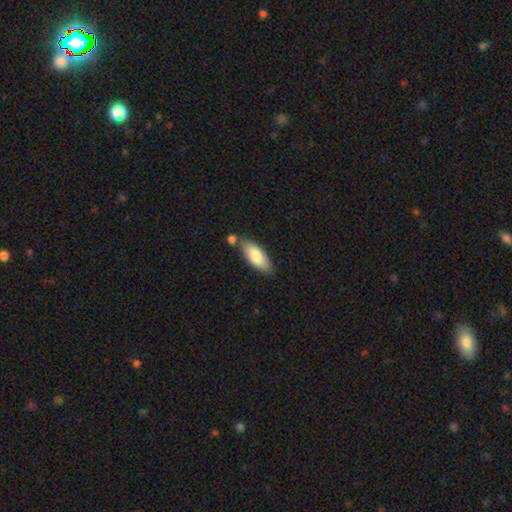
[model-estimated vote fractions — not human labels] smooth 79%, featured or disk 15%, star or artifact 6%. Down the decision tree: how rounded — in between (73%); merging — none (69%).